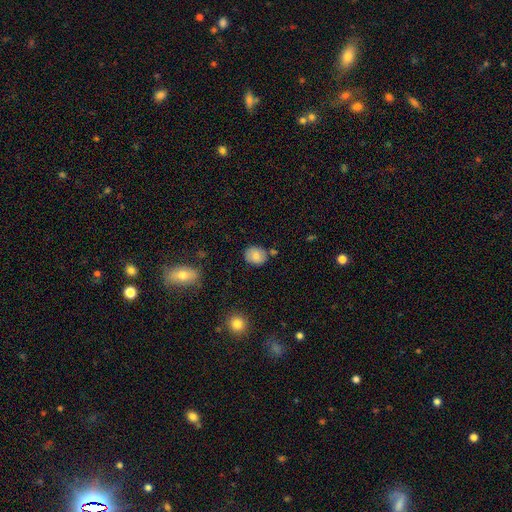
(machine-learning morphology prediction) Smooth or featured? smooth (81%)
How rounded? round (68%)
Merging? none (77%)